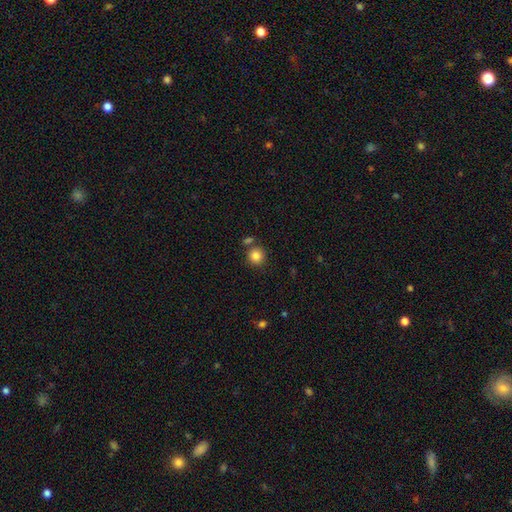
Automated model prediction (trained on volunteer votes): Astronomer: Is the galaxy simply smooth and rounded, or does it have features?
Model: smooth — 85%.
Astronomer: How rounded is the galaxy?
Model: round — 92%.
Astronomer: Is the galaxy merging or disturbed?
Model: none — 77%.